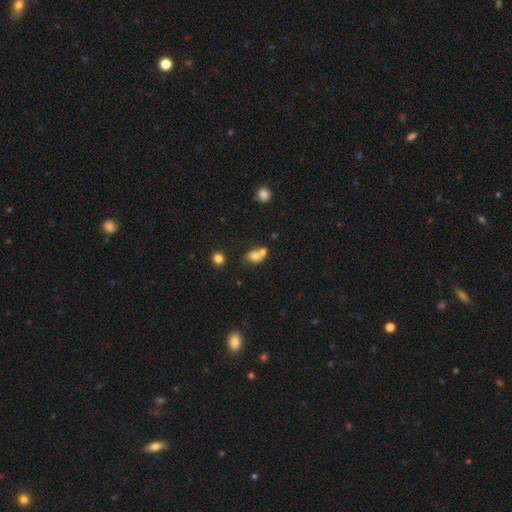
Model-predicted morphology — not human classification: A smooth galaxy with no disk features (72%) that is in between round and cigar-shaped (55%). Merging: merger (53%).